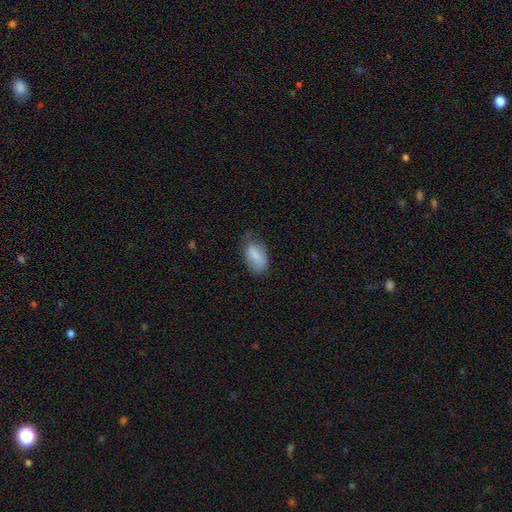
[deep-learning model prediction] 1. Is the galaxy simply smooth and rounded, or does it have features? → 83% smooth, 10% featured or disk, 7% star or artifact.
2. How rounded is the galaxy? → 92% in between, 6% round, 2% cigar-shaped.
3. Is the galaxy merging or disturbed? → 61% none, 29% minor disturbance, 8% major disturbance, 2% merger.